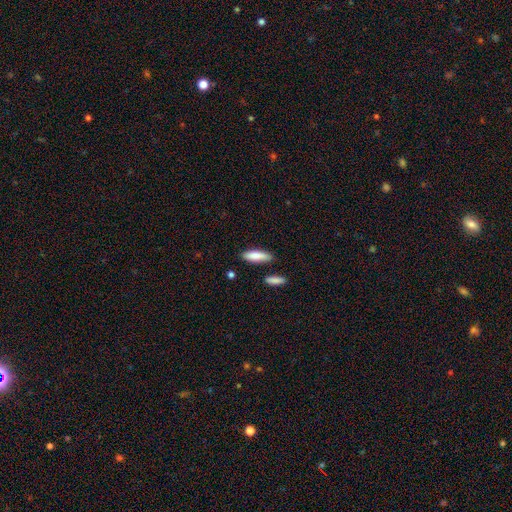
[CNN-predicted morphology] The model was most divided on "how rounded": cigar-shaped: 52%, in between: 46%, round: 2%. More confident: smooth or featured — smooth (84%); merging — none (77%).